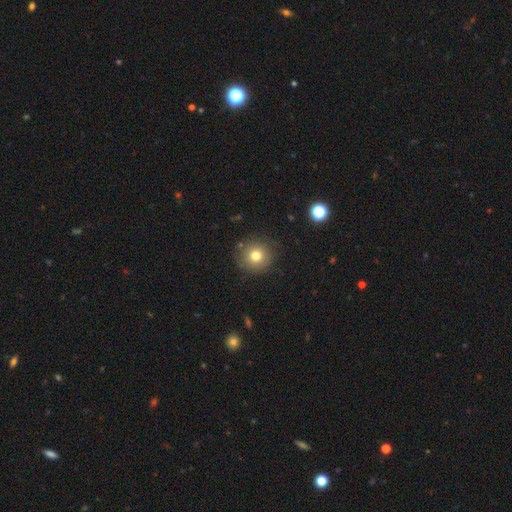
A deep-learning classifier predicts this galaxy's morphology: Smooth or featured: smooth — 76% (star or artifact — 13%)
How rounded: round — 94% (in between — 5%)
Merging: none — 88% (minor disturbance — 8%)